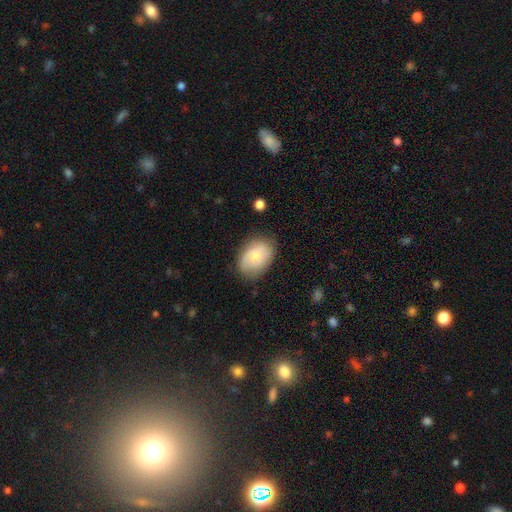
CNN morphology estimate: The model was most divided on "smooth or featured": smooth: 68%, featured or disk: 25%, star or artifact: 7%. More confident: how rounded — in between (78%); merging — none (75%).